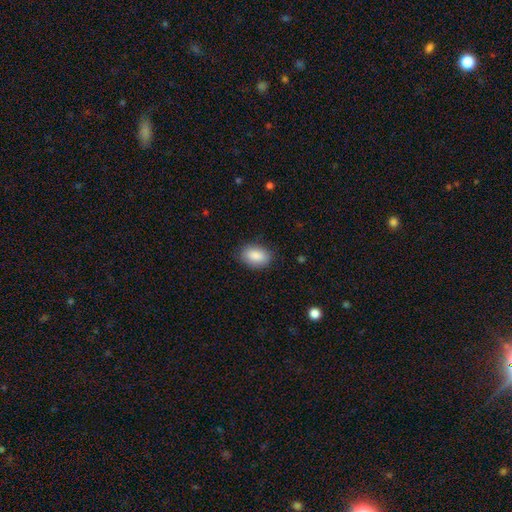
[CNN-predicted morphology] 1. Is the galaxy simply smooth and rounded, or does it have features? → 89% smooth, 6% star or artifact, 5% featured or disk.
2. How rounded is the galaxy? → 89% in between, 9% round, 1% cigar-shaped.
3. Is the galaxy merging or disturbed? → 85% none, 12% minor disturbance, 3% major disturbance, 1% merger.